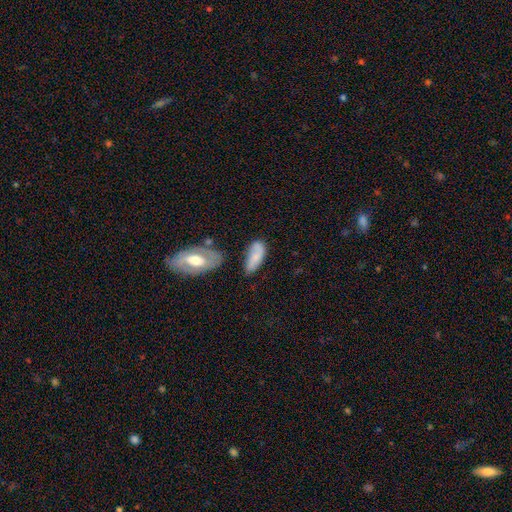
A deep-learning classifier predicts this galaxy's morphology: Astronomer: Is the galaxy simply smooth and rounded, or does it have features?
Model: smooth — 69%.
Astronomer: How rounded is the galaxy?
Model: in between — 82%.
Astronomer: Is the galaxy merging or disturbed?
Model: none — 50% (runner-up: minor disturbance, 29%).